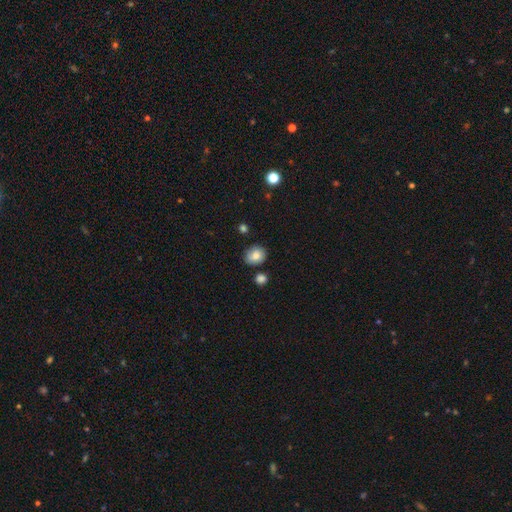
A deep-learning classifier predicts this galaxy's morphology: Smooth or featured: smooth — 83% (star or artifact — 9%)
How rounded: round — 66% (in between — 33%)
Merging: none — 76% (minor disturbance — 16%)